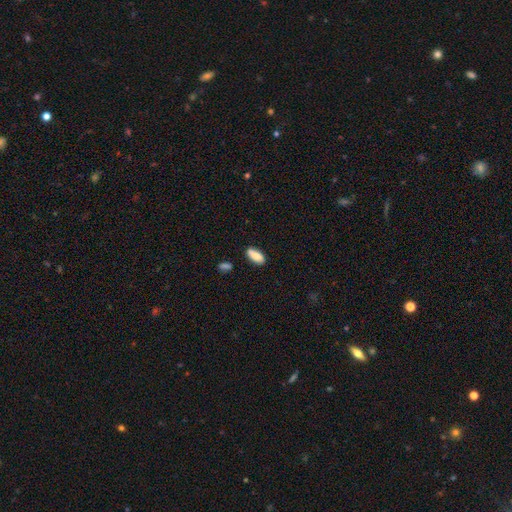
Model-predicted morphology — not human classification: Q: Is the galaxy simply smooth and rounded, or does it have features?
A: smooth — 86%.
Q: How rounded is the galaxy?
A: in between — 86%.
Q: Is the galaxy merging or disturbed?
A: none — 78%.